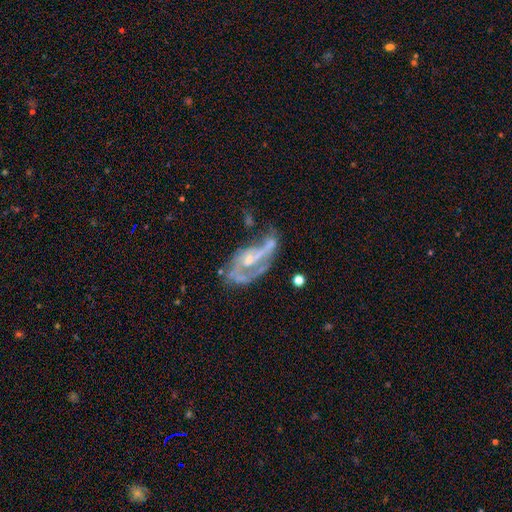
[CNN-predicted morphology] Smooth or featured? Predicted: featured or disk (p=0.77). Edge-on disk? Predicted: no (p=0.93). Bar? Predicted: no (p=0.56). Spiral arms? Predicted: yes (p=0.76). Spiral winding? Predicted: medium (p=0.39). Spiral arm count? Predicted: 2 (p=0.48). Bulge size? Predicted: small (p=0.52). Merging? Predicted: major disturbance (p=0.34).